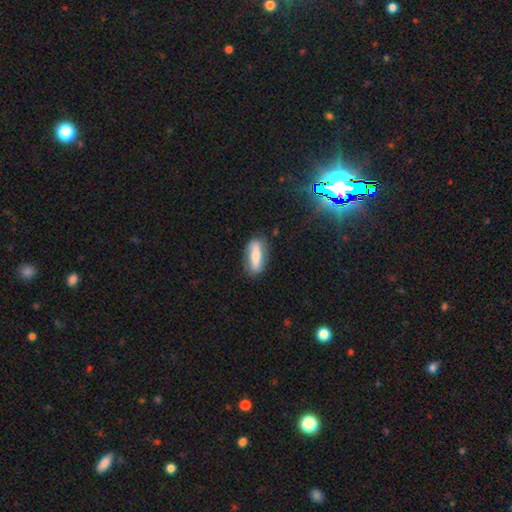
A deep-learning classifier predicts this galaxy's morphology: This is possibly a smooth galaxy (56%). How rounded: possibly in between (57%). Merging: clearly none (82%).